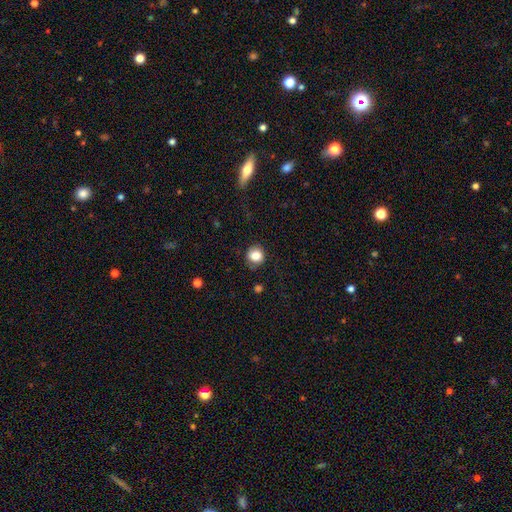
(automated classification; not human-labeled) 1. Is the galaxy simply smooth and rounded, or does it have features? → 83% smooth, 10% star or artifact, 7% featured or disk.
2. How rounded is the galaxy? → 82% round, 17% in between, 1% cigar-shaped.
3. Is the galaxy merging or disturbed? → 82% none, 13% minor disturbance, 4% major disturbance, 1% merger.